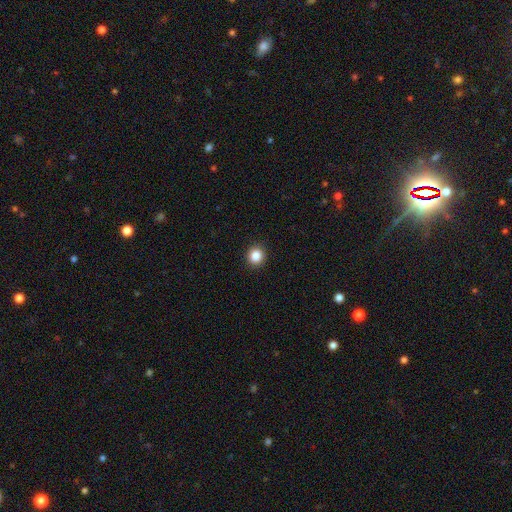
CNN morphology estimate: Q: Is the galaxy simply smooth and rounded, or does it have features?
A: smooth — 86%.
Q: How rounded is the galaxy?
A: round — 90%.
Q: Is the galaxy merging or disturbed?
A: none — 92%.